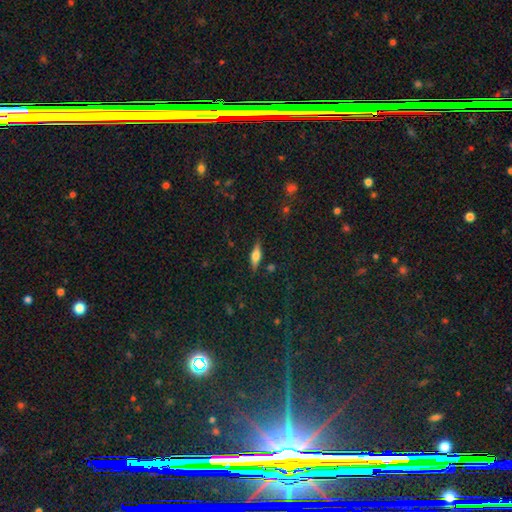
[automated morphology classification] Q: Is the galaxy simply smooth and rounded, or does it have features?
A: smooth — 50%.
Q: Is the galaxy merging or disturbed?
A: none — 84%.